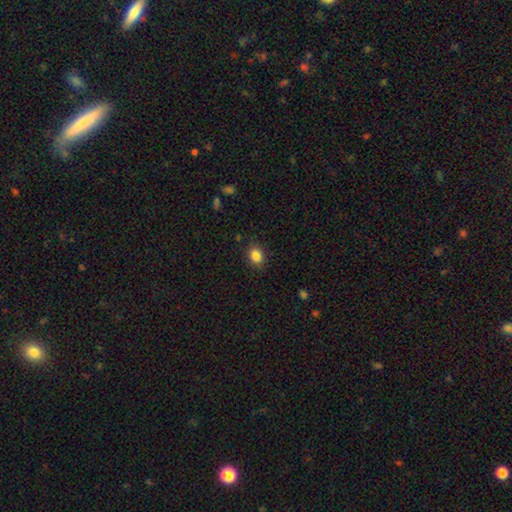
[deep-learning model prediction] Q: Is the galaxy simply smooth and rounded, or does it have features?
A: smooth — 86%.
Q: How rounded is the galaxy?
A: in between — 55%.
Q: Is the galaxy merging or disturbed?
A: none — 87%.